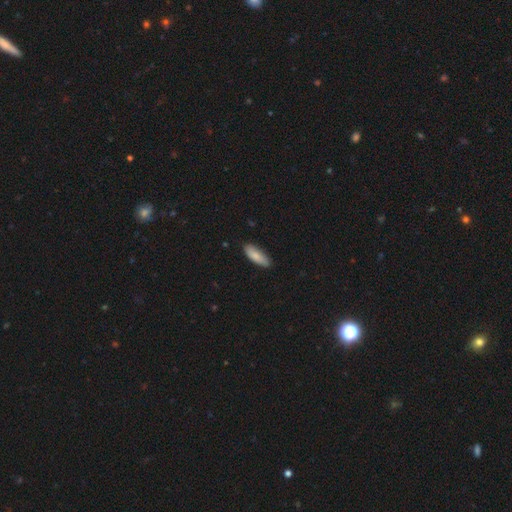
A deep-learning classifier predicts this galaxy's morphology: This appears to be a smooth galaxy with no disk features (85%) that is in between round and cigar-shaped (60%). Merging: none (84%).